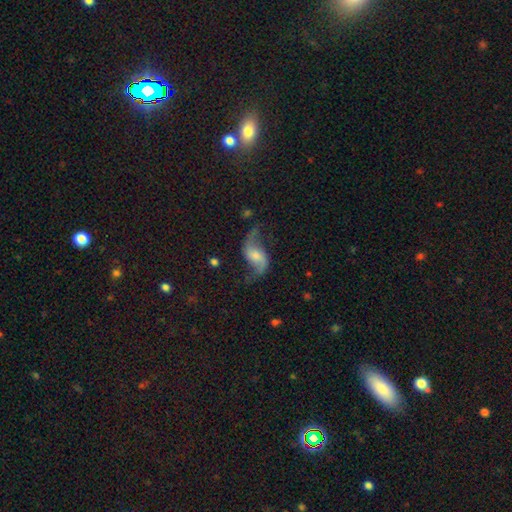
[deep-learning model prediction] This appears to be a featured or disk galaxy (82%) with a weak bar (43%), 2 (93%) loose (85%) spiral arms (95%) and a moderate central bulge (40%). Merging: none (66%).